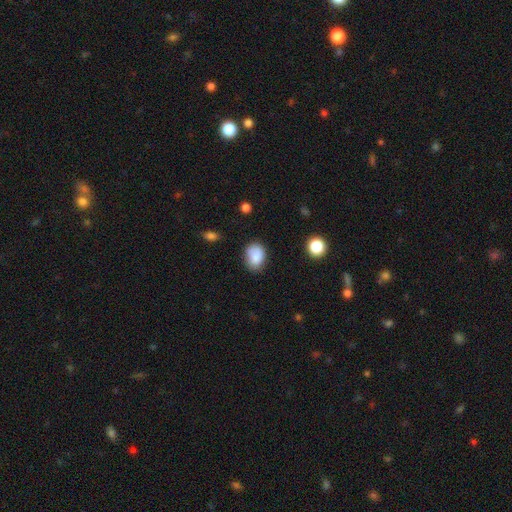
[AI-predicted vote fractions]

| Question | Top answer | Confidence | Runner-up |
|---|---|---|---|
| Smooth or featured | smooth | 85% | star or artifact (8%) |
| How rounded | in between | 73% | round (26%) |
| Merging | none | 69% | minor disturbance (23%) |